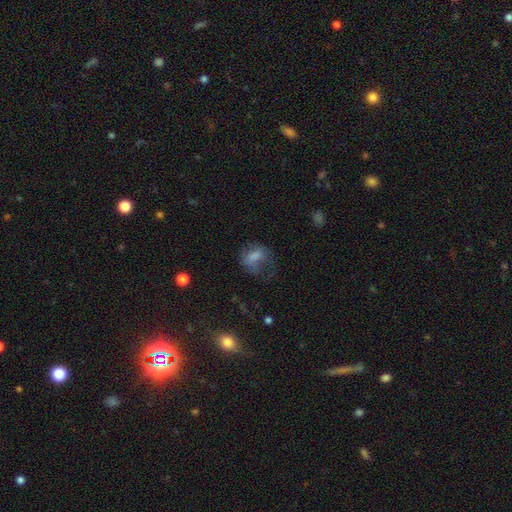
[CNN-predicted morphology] A smooth galaxy with no disk features (61%) that is in between round and cigar-shaped (67%). Merging: major disturbance (38%).